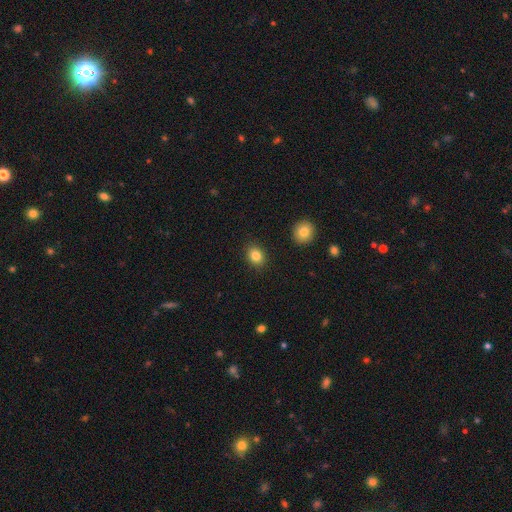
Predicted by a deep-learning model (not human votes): Smooth or featured?
  - smooth: 84% *
  - star or artifact: 10%
  - featured or disk: 6%
How rounded?
  - in between: 51% *
  - round: 48%
  - cigar-shaped: 1%
Merging?
  - none: 88% *
  - minor disturbance: 8%
  - major disturbance: 2%
  - merger: 2%